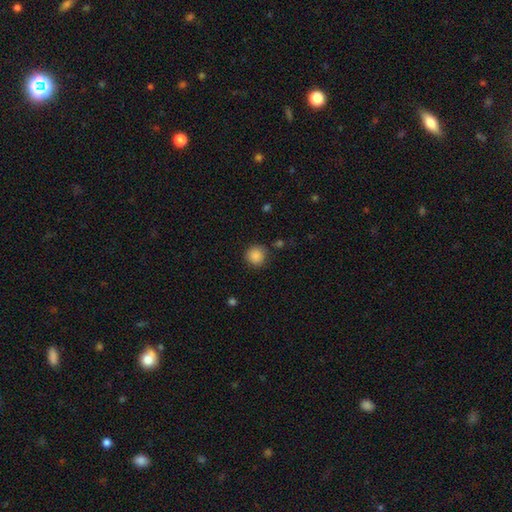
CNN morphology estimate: Overall: smooth (87%). How rounded: round (93%). Merging: none (85%).